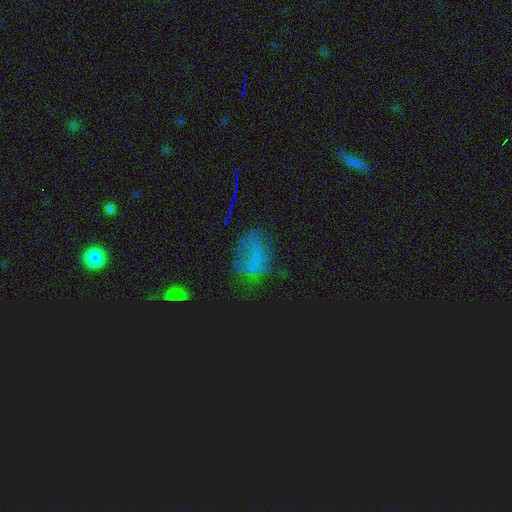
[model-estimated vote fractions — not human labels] Smooth or featured?
  - smooth: 44% *
  - star or artifact: 33%
  - featured or disk: 23%
Merging?
  - none: 52% *
  - minor disturbance: 25%
  - major disturbance: 20%
  - merger: 3%